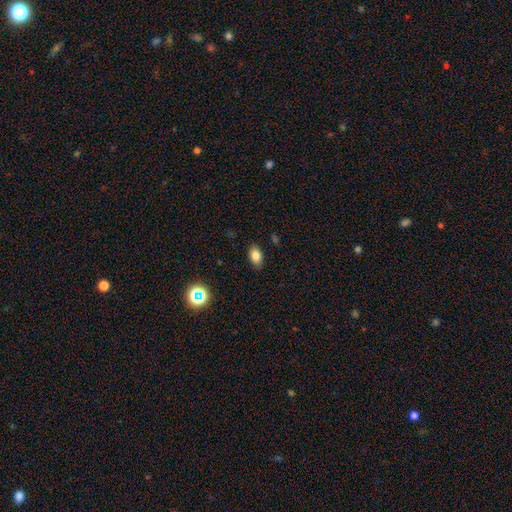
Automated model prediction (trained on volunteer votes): A smooth galaxy with no disk features (81%) that is in between round and cigar-shaped (88%).

Vote fractions:
- Smooth or featured? smooth: 81% / star or artifact: 11% / featured or disk: 8%
- How rounded? in between: 88% / round: 10% / cigar-shaped: 2%
- Merging? none: 86% / minor disturbance: 11% / major disturbance: 2% / merger: 1%